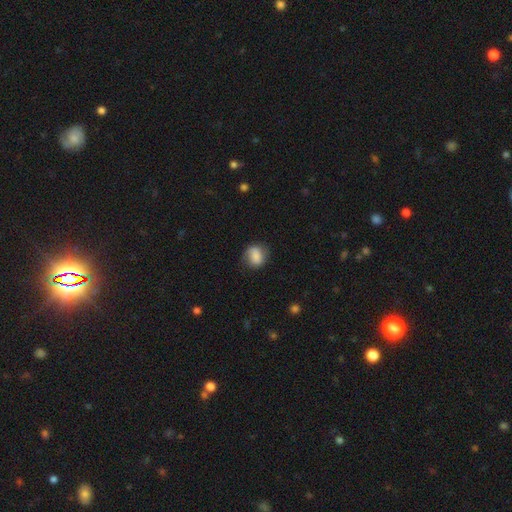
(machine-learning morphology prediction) This is likely a smooth galaxy (75%). How rounded: likely round (61%). Merging: likely none (72%).